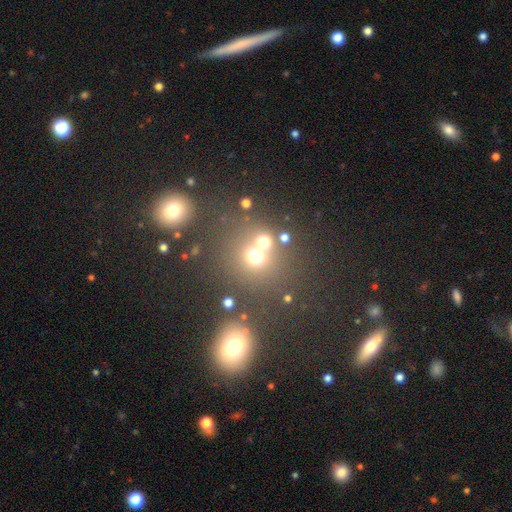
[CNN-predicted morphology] A smooth galaxy with no disk features (62%) that is round (85%). Merging: none (54%).